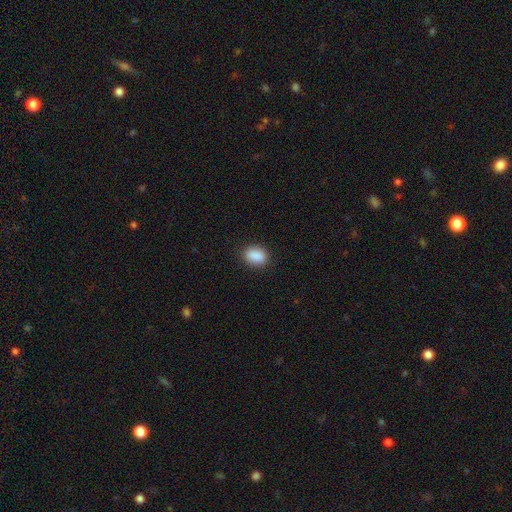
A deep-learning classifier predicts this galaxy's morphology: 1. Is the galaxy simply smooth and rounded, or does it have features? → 89% smooth, 8% star or artifact, 3% featured or disk.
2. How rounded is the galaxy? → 76% in between, 22% round, 1% cigar-shaped.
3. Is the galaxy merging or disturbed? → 88% none, 9% minor disturbance, 2% major disturbance, 1% merger.